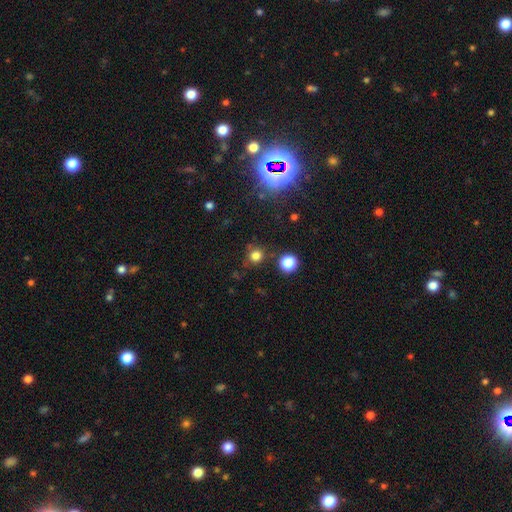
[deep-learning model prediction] A smooth galaxy with no disk features (76%) that is round (88%).

Vote fractions:
- Smooth or featured? smooth: 76% / star or artifact: 18% / featured or disk: 5%
- How rounded? round: 88% / in between: 11% / cigar-shaped: 1%
- Merging? none: 79% / minor disturbance: 12% / merger: 6% / major disturbance: 4%